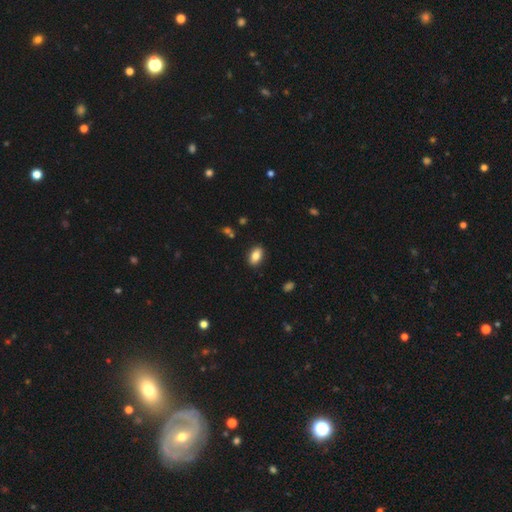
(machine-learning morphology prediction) Smooth or featured: smooth — 84% (featured or disk — 9%)
How rounded: in between — 90% (round — 8%)
Merging: none — 89% (minor disturbance — 8%)